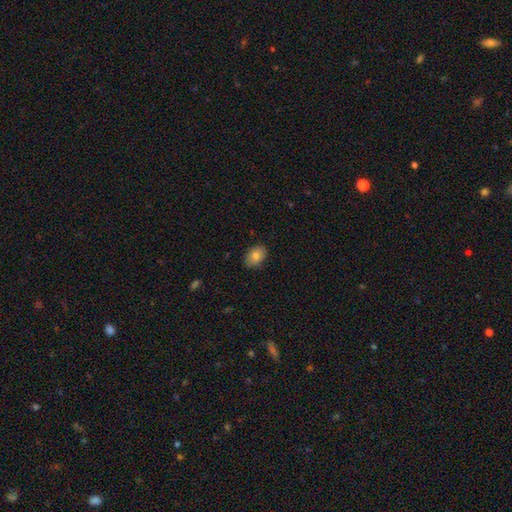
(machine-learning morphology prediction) This appears to be a smooth galaxy with no disk features (82%) that is in between round and cigar-shaped (83%). Merging: none (86%).